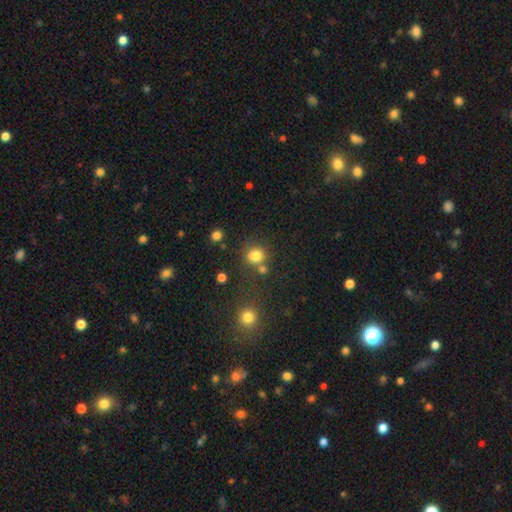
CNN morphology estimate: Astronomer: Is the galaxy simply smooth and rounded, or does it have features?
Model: smooth — 80%.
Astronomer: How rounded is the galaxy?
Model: round — 87%.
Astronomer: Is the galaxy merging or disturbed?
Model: none — 68%.